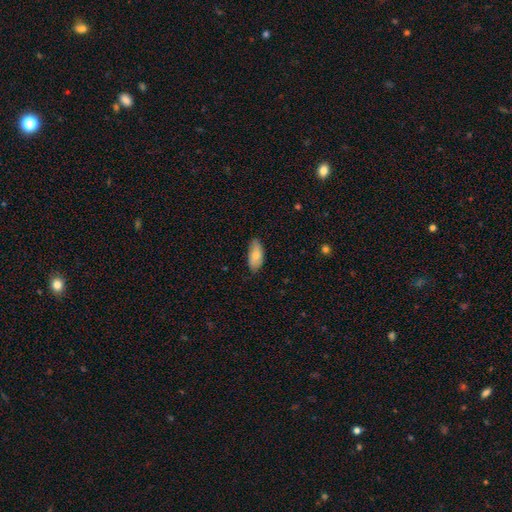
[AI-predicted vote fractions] This appears to be a smooth galaxy with no disk features (78%) that is in between round and cigar-shaped (91%). Merging: none (74%).